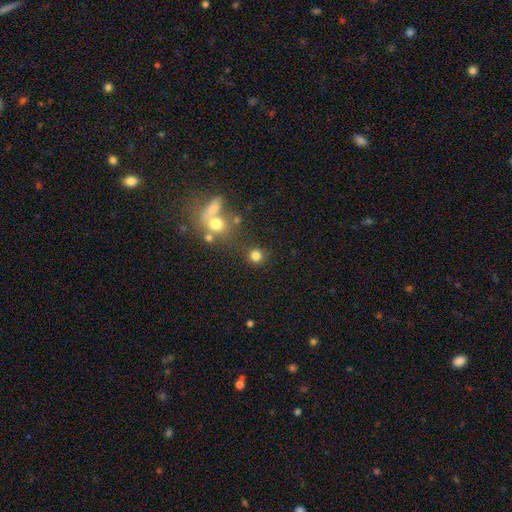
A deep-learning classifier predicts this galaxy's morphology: A smooth galaxy with no disk features (79%) that is round (90%). Merging: none (76%).